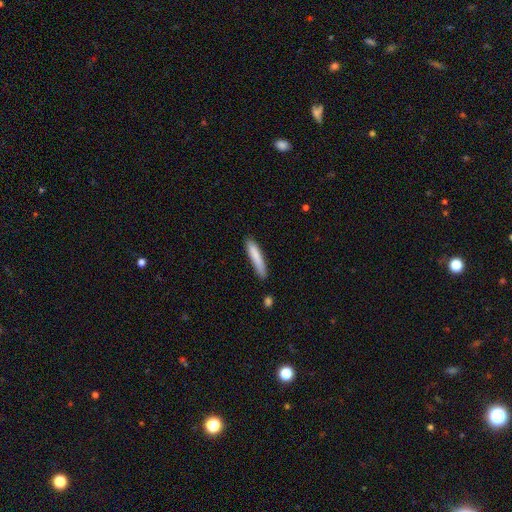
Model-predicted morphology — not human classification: A smooth galaxy with no disk features (82%) that is cigar-shaped (89%). Merging: none (81%).